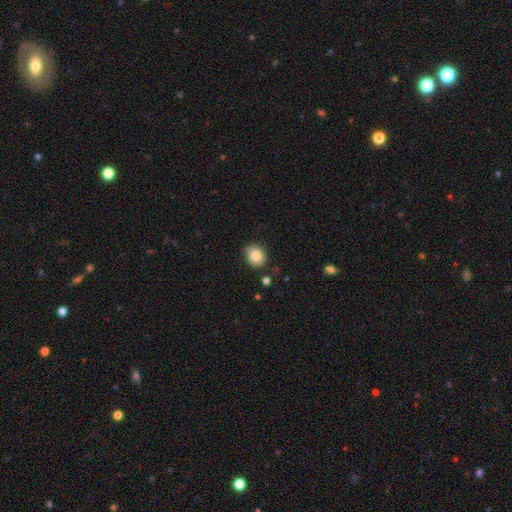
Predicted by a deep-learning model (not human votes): Smooth or featured? smooth (84%)
How rounded? round (67%)
Merging? none (79%)